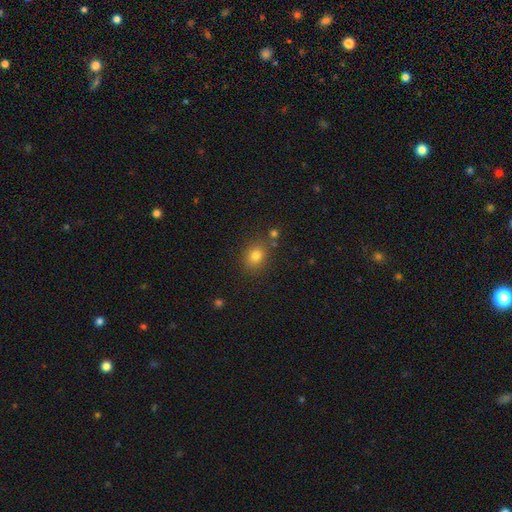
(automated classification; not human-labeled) Smooth or featured?
  - smooth: 79% *
  - star or artifact: 14%
  - featured or disk: 7%
How rounded?
  - round: 58% *
  - in between: 41%
  - cigar-shaped: 1%
Merging?
  - none: 79% *
  - minor disturbance: 11%
  - merger: 6%
  - major disturbance: 3%